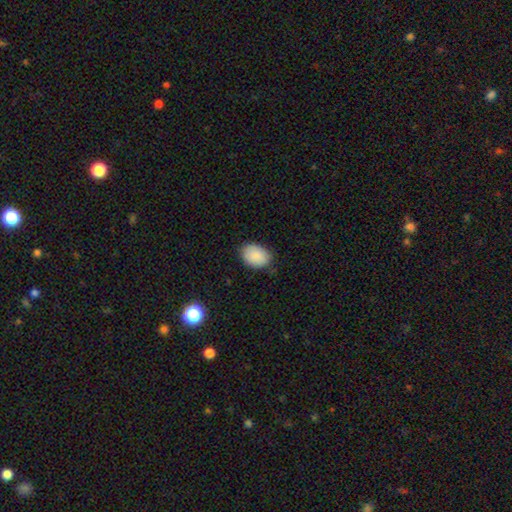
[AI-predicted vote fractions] Smooth or featured?
  - smooth: 88% *
  - star or artifact: 7%
  - featured or disk: 5%
How rounded?
  - in between: 79% *
  - round: 20%
  - cigar-shaped: 1%
Merging?
  - none: 81% *
  - minor disturbance: 15%
  - major disturbance: 3%
  - merger: 1%